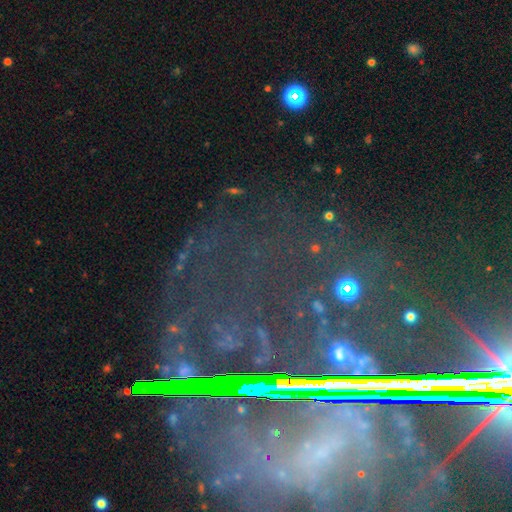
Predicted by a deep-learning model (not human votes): This is likely a star or artifact rather than a galaxy (70%).